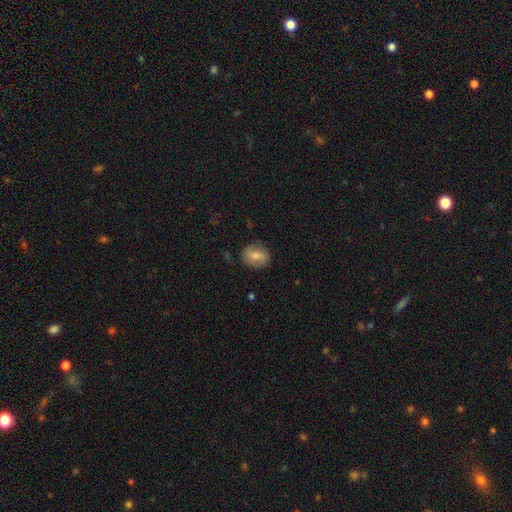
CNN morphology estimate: A smooth galaxy with no disk features (64%) that is round (55%). Merging: none (81%).